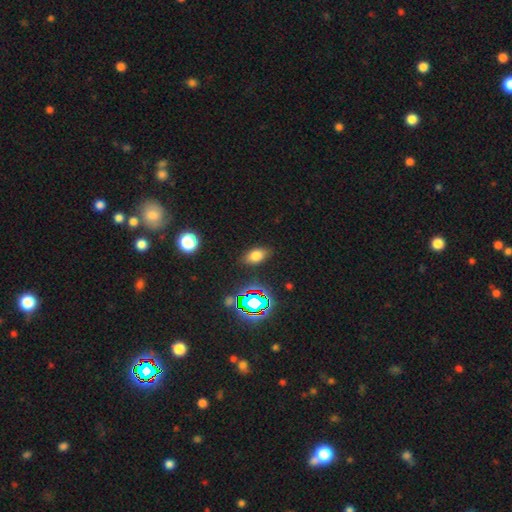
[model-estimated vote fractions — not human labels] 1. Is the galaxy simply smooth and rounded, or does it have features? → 70% smooth, 20% star or artifact, 10% featured or disk.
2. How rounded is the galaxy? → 85% in between, 12% round, 3% cigar-shaped.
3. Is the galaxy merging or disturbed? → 84% none, 11% minor disturbance, 3% major disturbance, 2% merger.